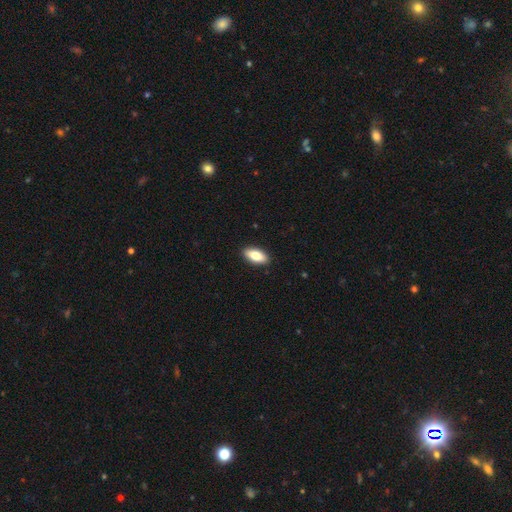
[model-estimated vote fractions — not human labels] A smooth galaxy with no disk features (80%) that is in between round and cigar-shaped (87%). Merging: none (91%).